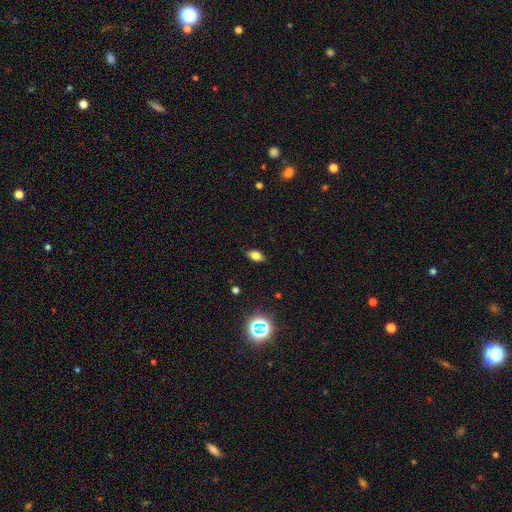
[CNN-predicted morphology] A smooth galaxy with no disk features (74%) that is in between round and cigar-shaped (87%).

Vote fractions:
- Smooth or featured? smooth: 74% / star or artifact: 14% / featured or disk: 12%
- How rounded? in between: 87% / round: 8% / cigar-shaped: 5%
- Merging? none: 87% / minor disturbance: 10% / major disturbance: 2% / merger: 1%